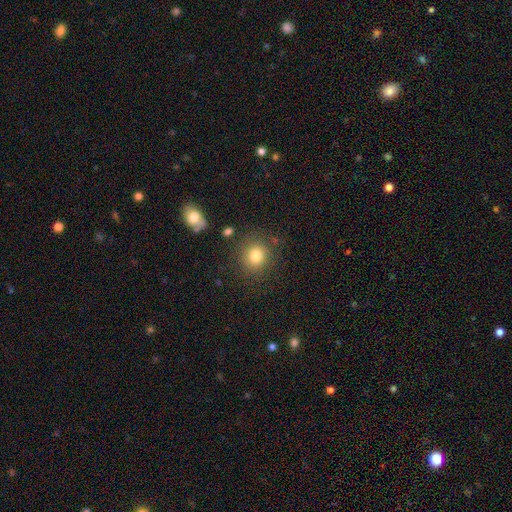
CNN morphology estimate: smooth_or_featured: smooth (p=0.80) [alt: star or artifact p=0.12]
how_rounded: round (p=0.84) [alt: in between p=0.15]
merging: none (p=0.82) [alt: minor disturbance p=0.11]